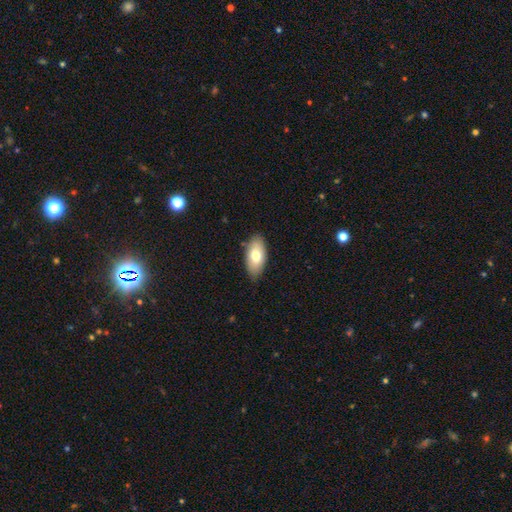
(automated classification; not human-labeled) Morphology: type=smooth (75%); roundness=in between (93%); merging=none (84%).